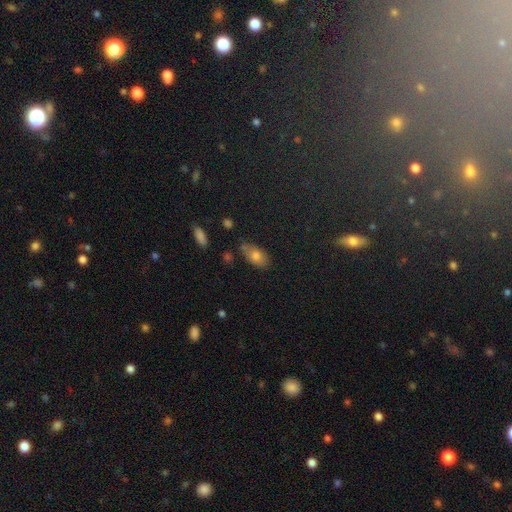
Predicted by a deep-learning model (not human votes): This appears to be a smooth galaxy with no disk features (78%) that is in between round and cigar-shaped (89%). Merging: none (64%).